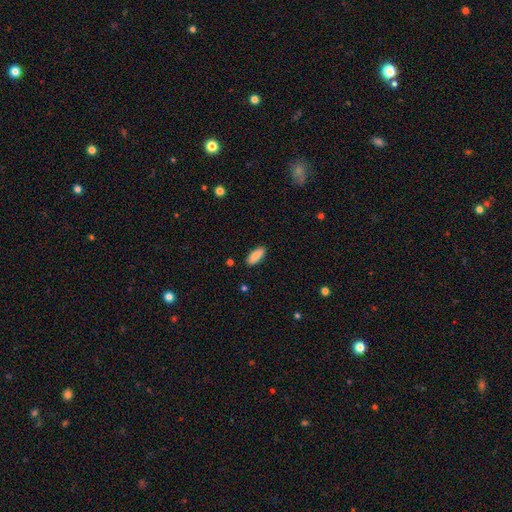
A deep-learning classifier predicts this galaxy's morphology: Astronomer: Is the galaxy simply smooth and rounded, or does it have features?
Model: smooth — 87%.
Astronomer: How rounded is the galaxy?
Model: in between — 79%.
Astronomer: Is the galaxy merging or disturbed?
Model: none — 88%.